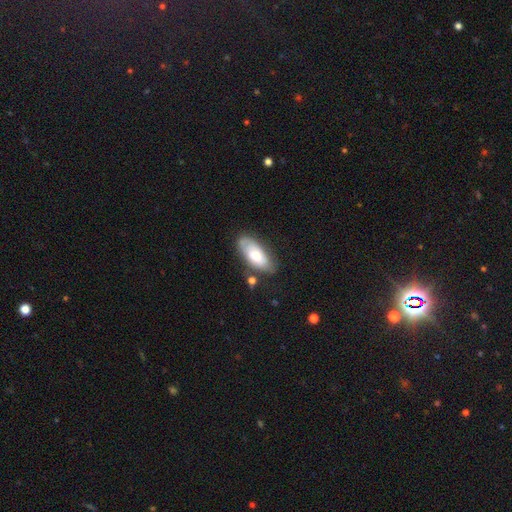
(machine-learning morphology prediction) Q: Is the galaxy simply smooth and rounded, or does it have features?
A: smooth — 62%.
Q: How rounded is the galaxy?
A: in between — 87%.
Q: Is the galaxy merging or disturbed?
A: none — 64%.